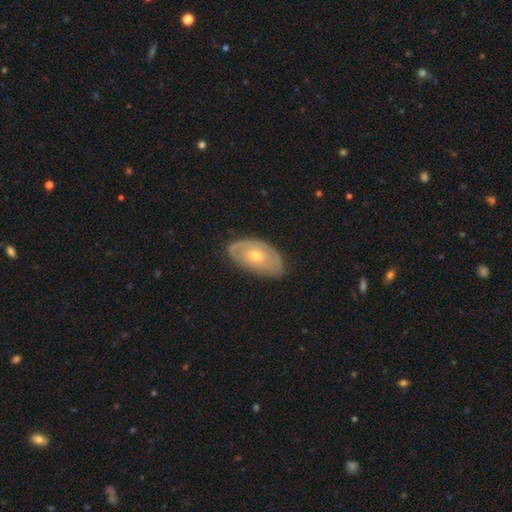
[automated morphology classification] Smooth or featured? Predicted: featured or disk (p=0.64). Edge-on disk? Predicted: no (p=0.91). Bar? Predicted: no (p=0.83). Spiral arms? Predicted: yes (p=0.52). Bulge size? Predicted: moderate (p=0.49). Merging? Predicted: none (p=0.77).